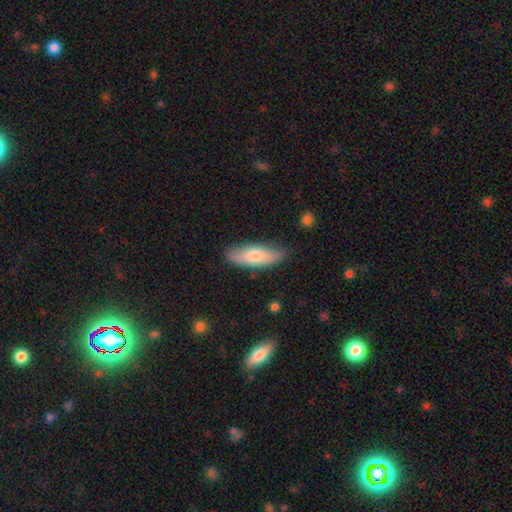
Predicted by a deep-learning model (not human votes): Q: Smooth or featured?
A: smooth (72%); runner-up: featured or disk (22%)
Q: How rounded?
A: in between (68%); runner-up: cigar-shaped (30%)
Q: Merging?
A: none (76%); runner-up: minor disturbance (19%)